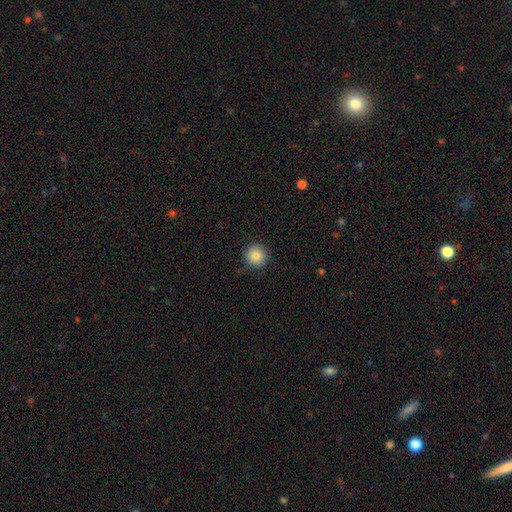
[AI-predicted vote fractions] Smooth or featured? smooth (86%)
How rounded? round (94%)
Merging? none (89%)